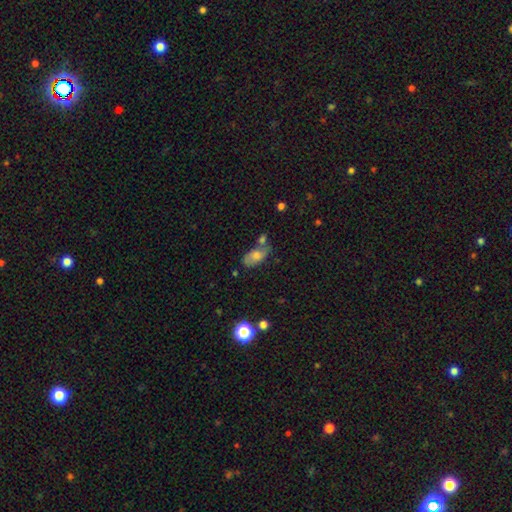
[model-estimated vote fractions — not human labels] Smooth or featured: smooth — 69% (featured or disk — 21%)
How rounded: in between — 90% (cigar-shaped — 5%)
Merging: none — 47% (minor disturbance — 23%)